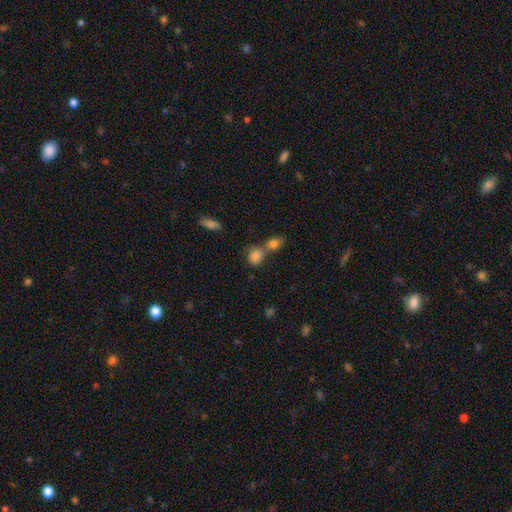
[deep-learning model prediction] Smooth or featured? Predicted: smooth (p=0.83). How rounded? Predicted: round (p=0.58). Merging? Predicted: merger (p=0.46).